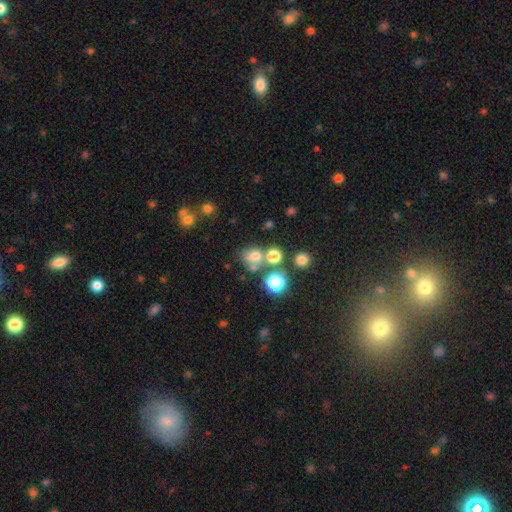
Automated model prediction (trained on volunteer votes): Smooth or featured? Predicted: smooth (p=0.67). How rounded? Predicted: round (p=0.65). Merging? Predicted: none (p=0.51).